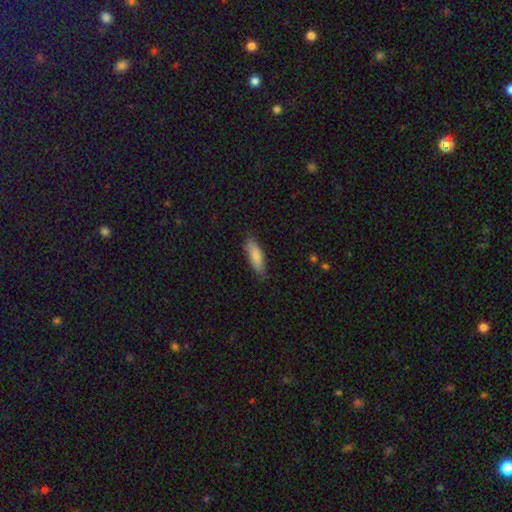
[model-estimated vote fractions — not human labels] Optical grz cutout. It shows a smooth galaxy with no disk features (81%) that is in between round and cigar-shaped (54%). Merging: none (77%).